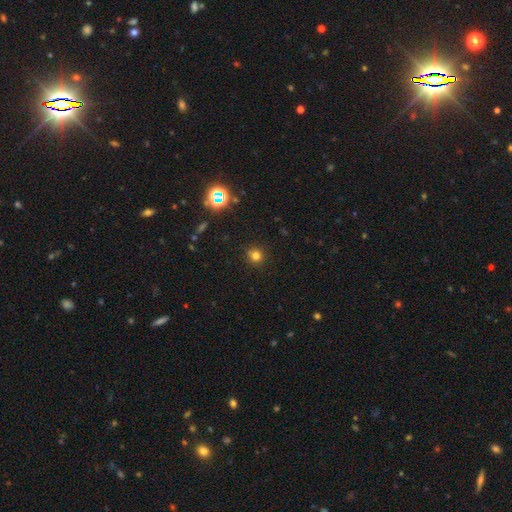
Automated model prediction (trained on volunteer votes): This is likely a smooth galaxy (76%). How rounded: clearly round (91%). Merging: clearly none (89%).